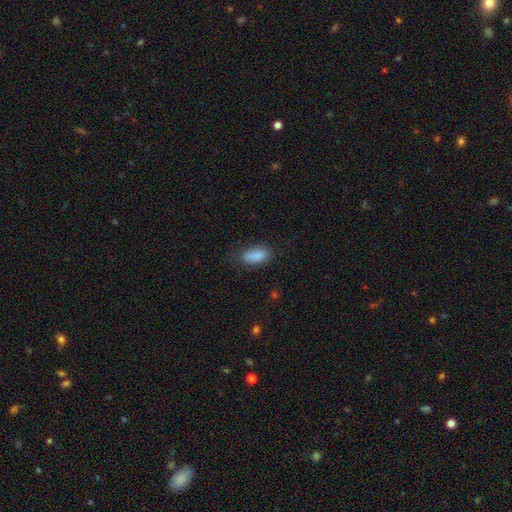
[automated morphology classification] The model was most divided on "merging": none: 74%, minor disturbance: 19%, major disturbance: 5%, merger: 2%. More confident: how rounded — in between (88%); smooth or featured — smooth (87%).